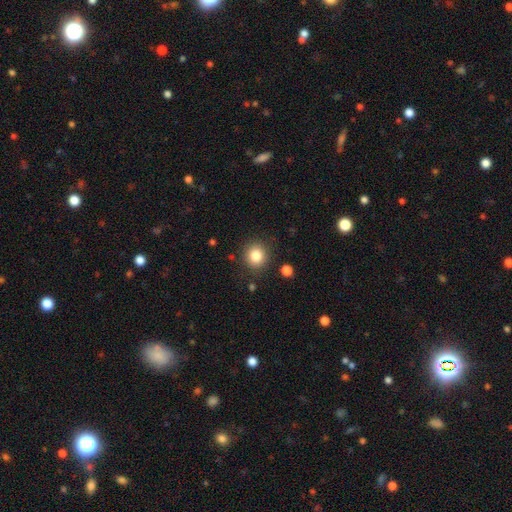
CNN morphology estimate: Smooth or featured? smooth (83%)
How rounded? round (88%)
Merging? none (87%)